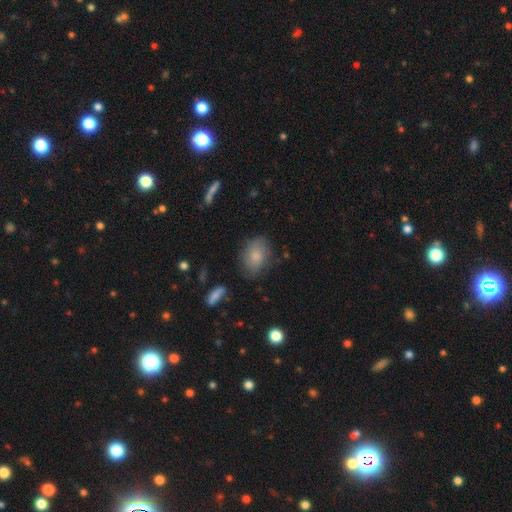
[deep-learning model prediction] Smooth or featured? Predicted: smooth (p=0.78). How rounded? Predicted: in between (p=0.71). Merging? Predicted: none (p=0.72).